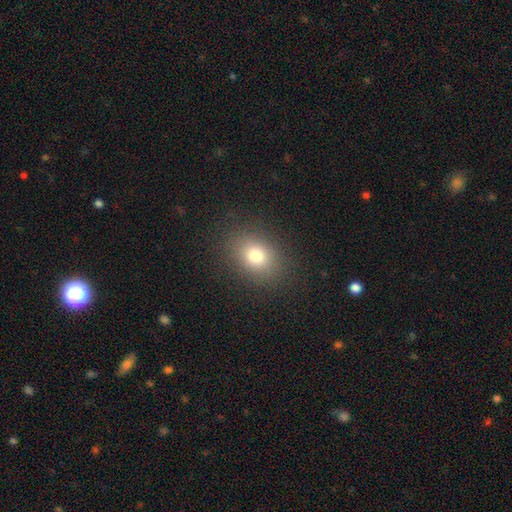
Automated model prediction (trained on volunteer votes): This appears to be a smooth galaxy with no disk features (78%) that is in between round and cigar-shaped (59%). Merging: none (86%).